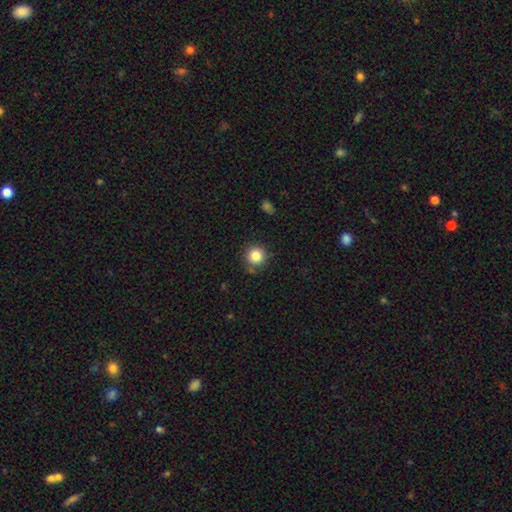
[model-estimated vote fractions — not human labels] This is clearly a smooth galaxy (84%). How rounded: clearly round (94%). Merging: clearly none (85%).